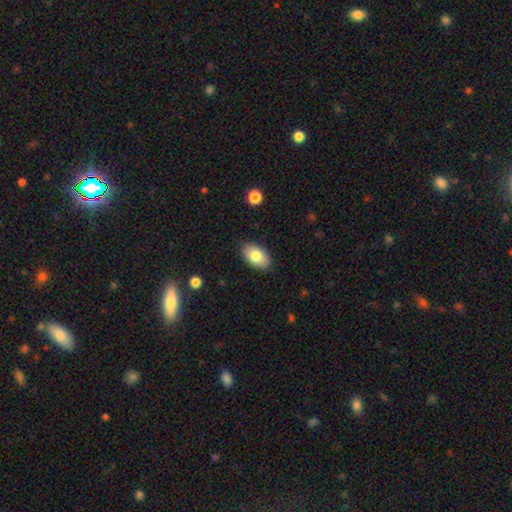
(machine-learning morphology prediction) smooth 80%, featured or disk 13%, star or artifact 7%. Down the decision tree: how rounded — in between (93%); merging — none (86%).